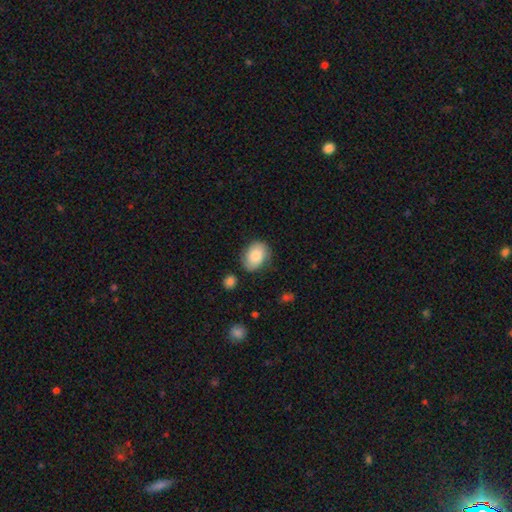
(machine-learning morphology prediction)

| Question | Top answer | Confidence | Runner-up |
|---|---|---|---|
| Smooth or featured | smooth | 78% | featured or disk (14%) |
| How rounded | in between | 71% | round (28%) |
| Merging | none | 70% | minor disturbance (21%) |